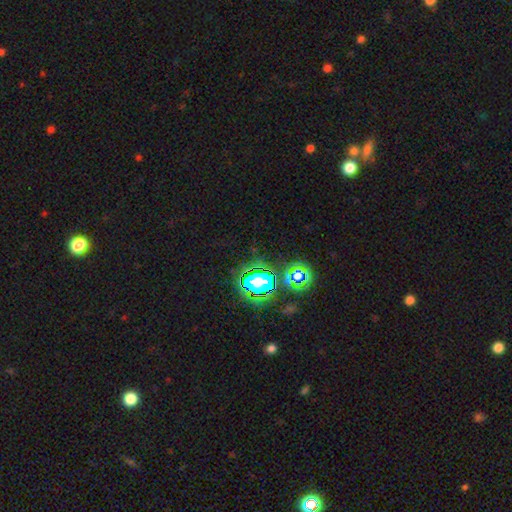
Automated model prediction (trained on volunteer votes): The model was most divided on "smooth or featured": star or artifact: 76%, smooth: 15%, featured or disk: 9%.